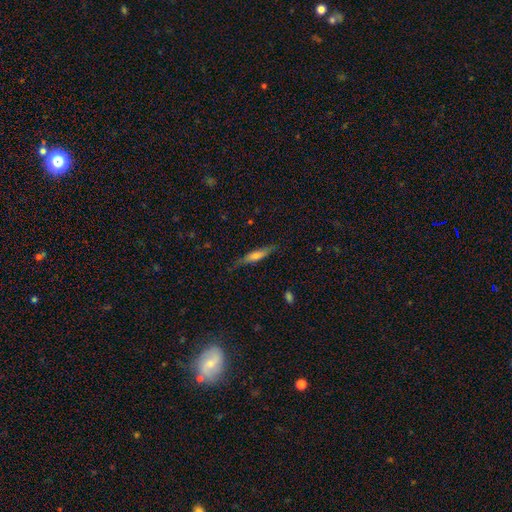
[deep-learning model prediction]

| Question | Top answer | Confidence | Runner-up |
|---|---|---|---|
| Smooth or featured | featured or disk | 47% | smooth (44%) |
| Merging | none | 78% | minor disturbance (16%) |